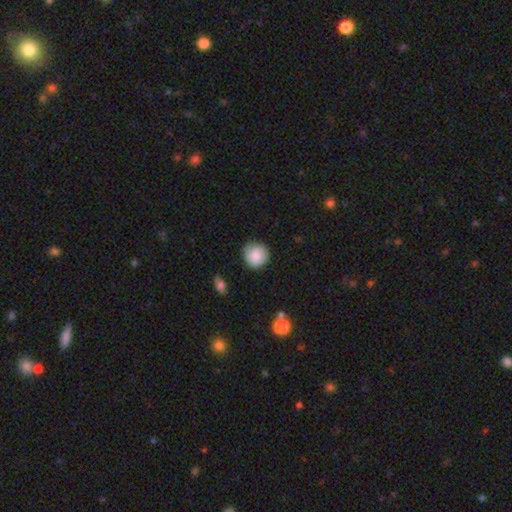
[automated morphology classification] Smooth or featured? Predicted: smooth (p=0.86). How rounded? Predicted: round (p=0.92). Merging? Predicted: none (p=0.84).